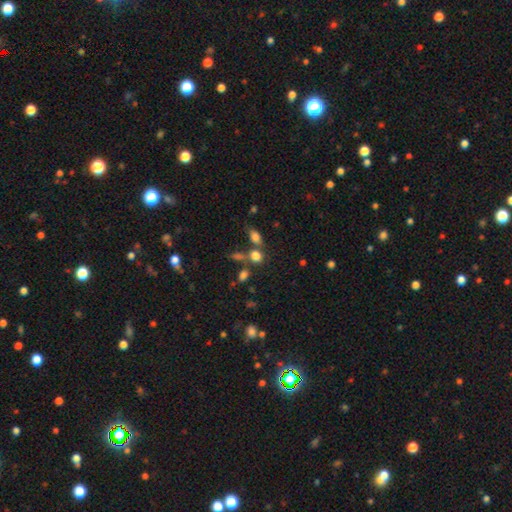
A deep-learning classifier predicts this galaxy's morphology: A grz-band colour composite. It shows a smooth galaxy with no disk features (76%) that is round (50%). Merging: none (51%).